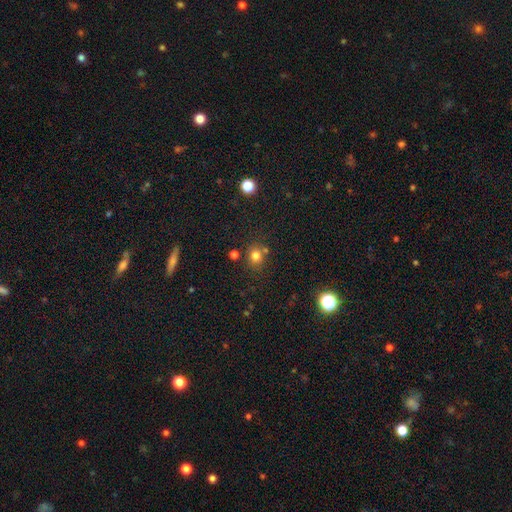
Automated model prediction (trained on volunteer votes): This is likely a smooth galaxy (77%). How rounded: likely round (79%). Merging: likely none (73%).